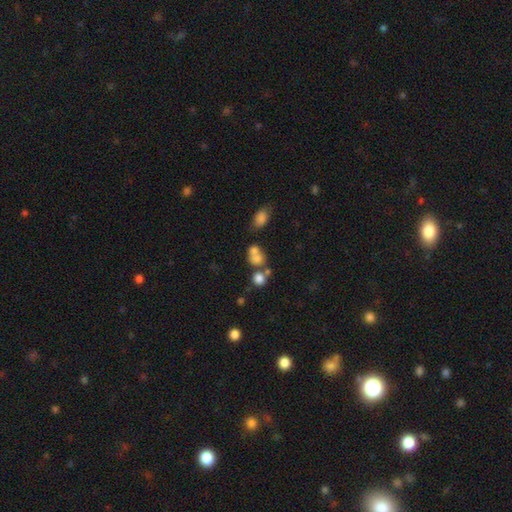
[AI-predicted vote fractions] smooth-or-featured: smooth: 70% | featured or disk: 16% | star or artifact: 14%
  how-rounded: round: 68% | in between: 31% | cigar-shaped: 1%
  merging: merger: 50% | none: 35% | minor disturbance: 9% | major disturbance: 6%